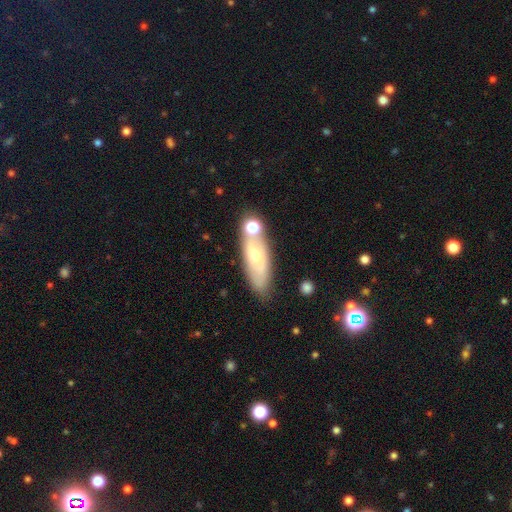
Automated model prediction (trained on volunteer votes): smooth 52%, featured or disk 39%, star or artifact 9%. Down the decision tree: how rounded — in between (53%); merging — none (63%).